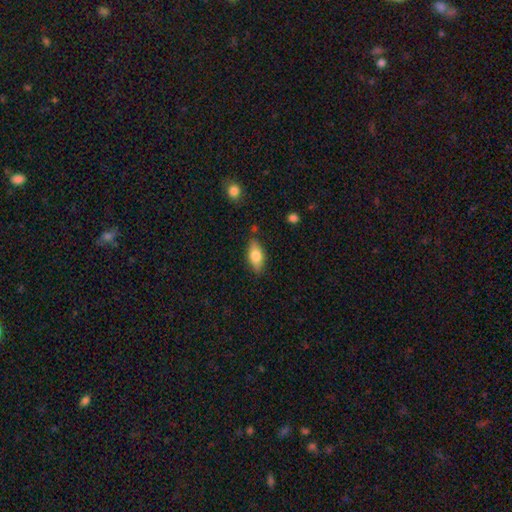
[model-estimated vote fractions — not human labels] Smooth or featured? Predicted: smooth (p=0.73). How rounded? Predicted: in between (p=0.84). Merging? Predicted: none (p=0.82).